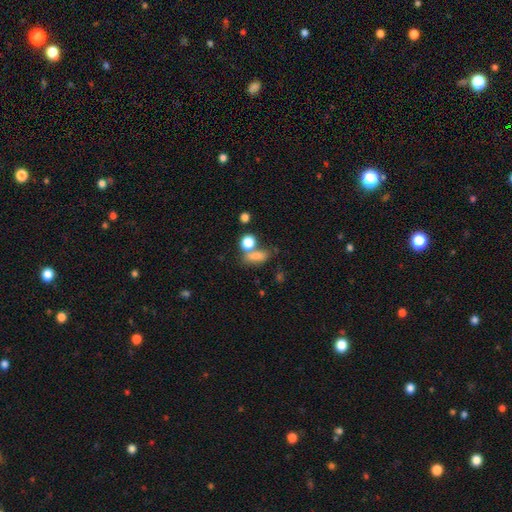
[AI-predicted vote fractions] This is likely a smooth galaxy (79%). How rounded: likely in between (68%). Merging: possibly none (48%).